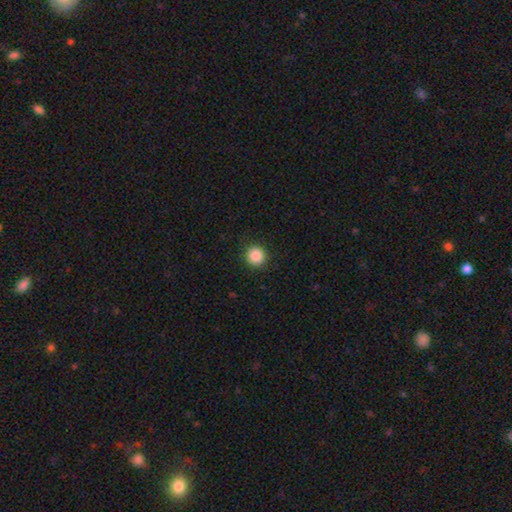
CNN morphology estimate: This appears to be a smooth galaxy with no disk features (87%) that is round (93%). Merging: none (90%).